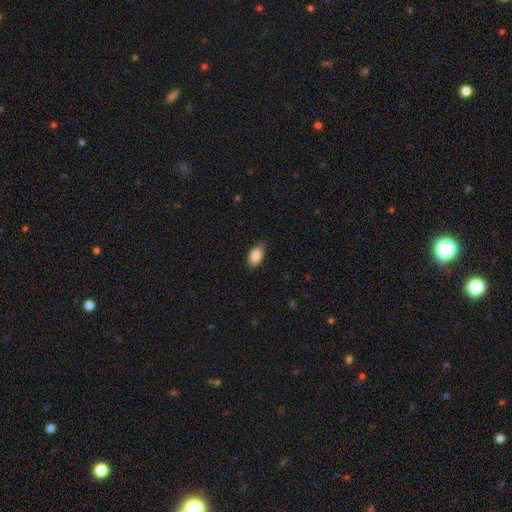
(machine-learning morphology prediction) Smooth or featured?
  - smooth: 87% *
  - star or artifact: 7%
  - featured or disk: 6%
How rounded?
  - in between: 91% *
  - round: 6%
  - cigar-shaped: 3%
Merging?
  - none: 79% *
  - minor disturbance: 18%
  - major disturbance: 3%
  - merger: 1%